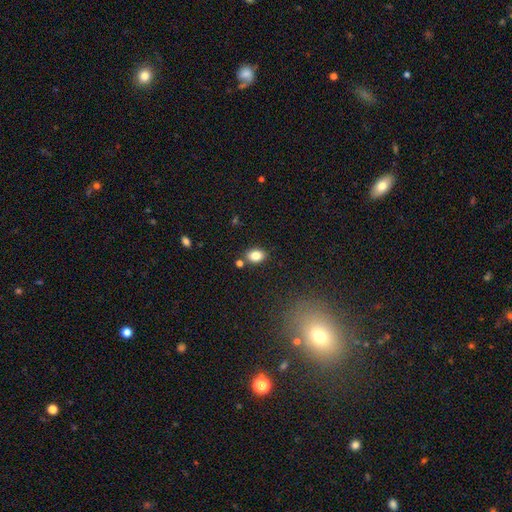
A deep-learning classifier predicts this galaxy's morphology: Smooth or featured? Predicted: smooth (p=0.83). How rounded? Predicted: in between (p=0.74). Merging? Predicted: none (p=0.80).